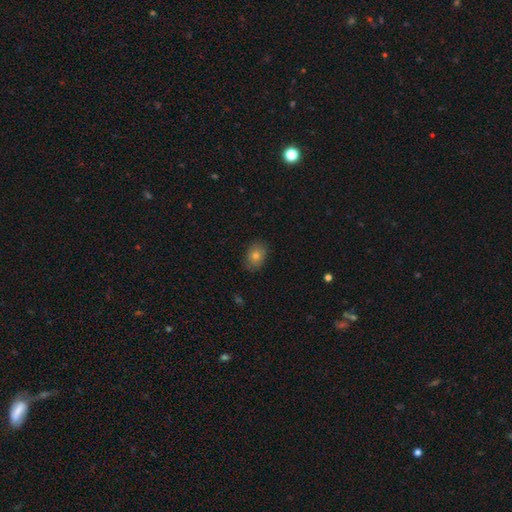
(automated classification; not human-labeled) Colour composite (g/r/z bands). It shows a smooth galaxy with no disk features (76%) that is in between round and cigar-shaped (70%). Merging: none (85%).